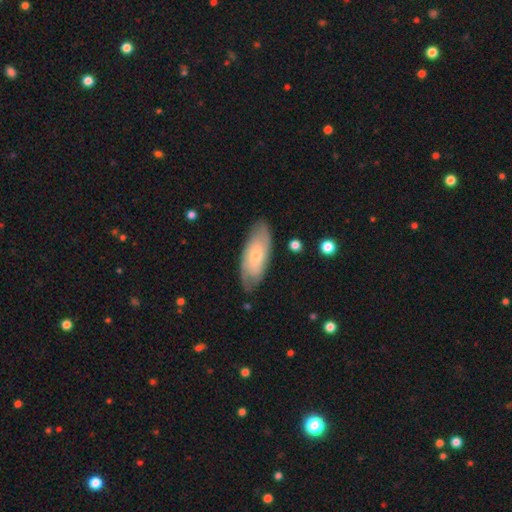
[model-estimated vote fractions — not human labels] smooth-or-featured: featured or disk: 52% | smooth: 42% | star or artifact: 6%
  disk-edge-on: no: 82% | yes: 18%
  merging: none: 79% | minor disturbance: 16% | major disturbance: 4% | merger: 1%